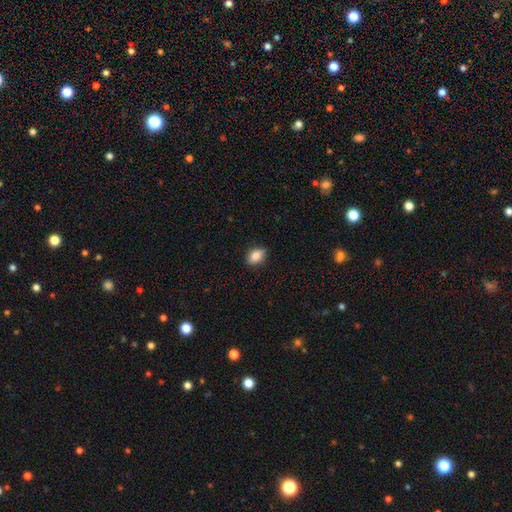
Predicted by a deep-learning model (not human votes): Q: Smooth or featured?
A: smooth (86%); runner-up: star or artifact (8%)
Q: How rounded?
A: in between (85%); runner-up: round (13%)
Q: Merging?
A: none (86%); runner-up: minor disturbance (11%)